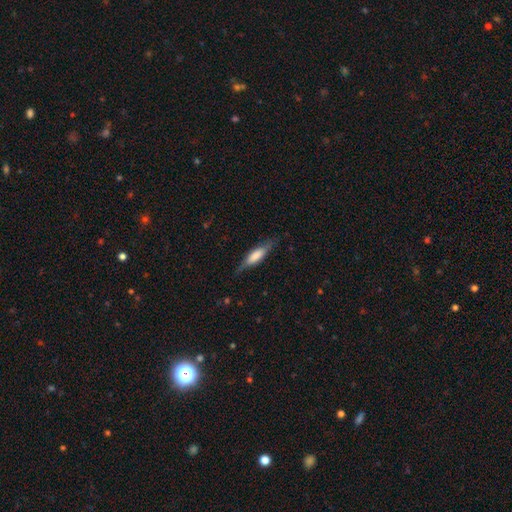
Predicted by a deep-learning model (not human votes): Smooth or featured? smooth (55%)
How rounded? cigar-shaped (68%)
Merging? none (77%)